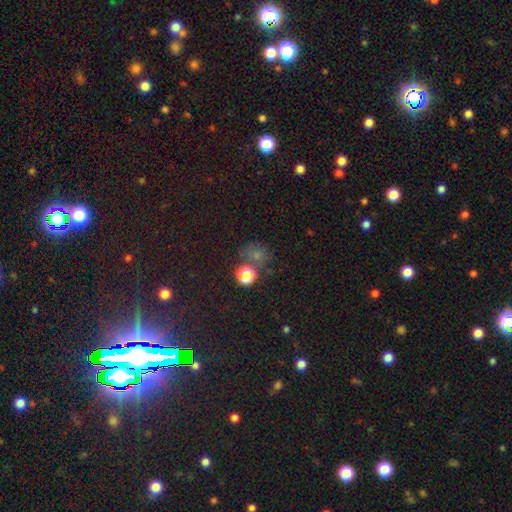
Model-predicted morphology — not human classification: type=smooth (62%); roundness=round (73%); merging=none (59%).